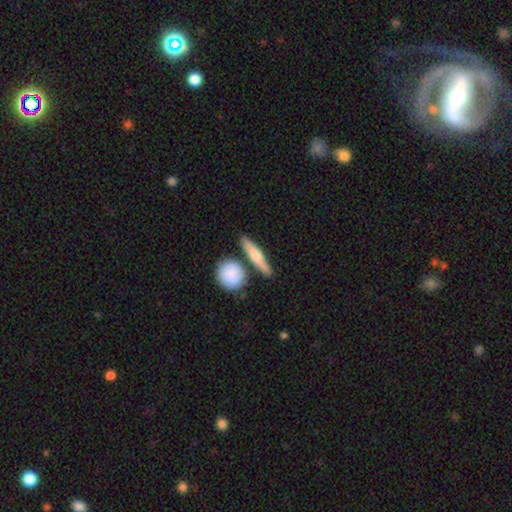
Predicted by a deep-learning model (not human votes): Smooth or featured? smooth (55%)
How rounded? cigar-shaped (70%)
Merging? none (76%)